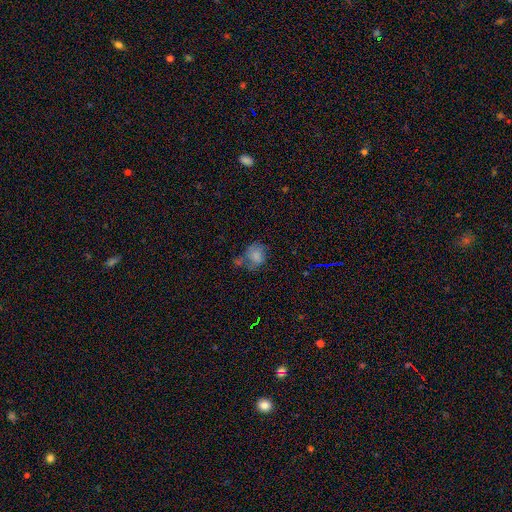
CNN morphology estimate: The model was most divided on "merging": none: 41%, minor disturbance: 24%, merger: 19%, major disturbance: 16%. More confident: smooth or featured — smooth (74%); how rounded — round (64%).